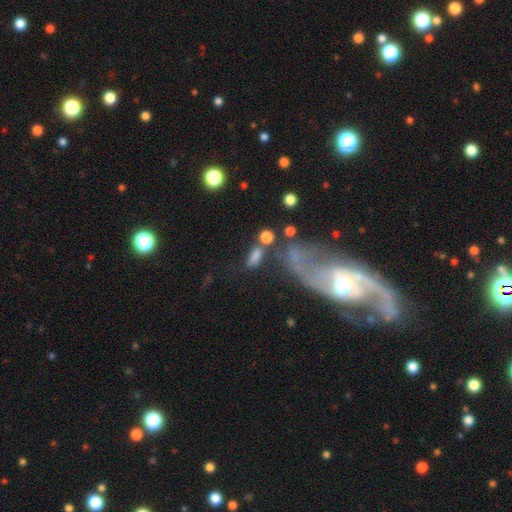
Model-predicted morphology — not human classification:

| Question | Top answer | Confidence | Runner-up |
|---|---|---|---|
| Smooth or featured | smooth | 73% | featured or disk (15%) |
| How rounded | in between | 72% | cigar-shaped (17%) |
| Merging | none | 49% | merger (19%) |